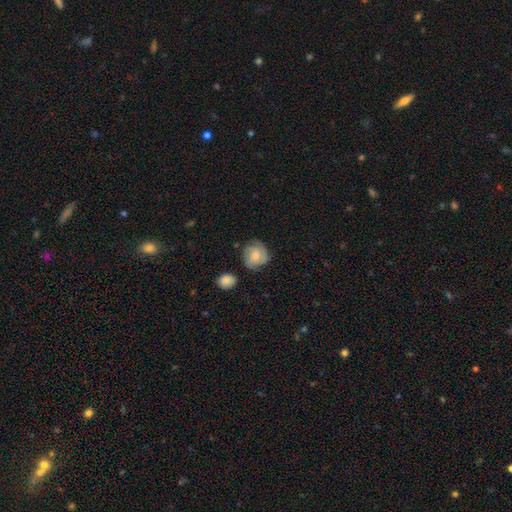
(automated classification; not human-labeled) A smooth galaxy with no disk features (50%) that is round (77%). Merging: none (65%).